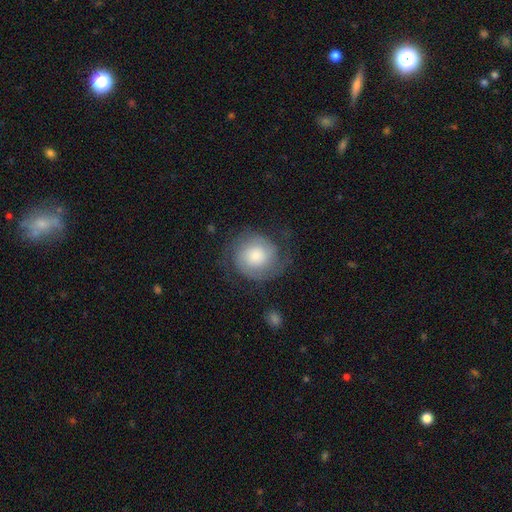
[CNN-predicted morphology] featured or disk 61%, smooth 31%, star or artifact 8%. Down the decision tree: edge-on disk — no (98%); bar — no (77%); spiral arms — yes (92%); spiral arm count — 2 (74%); spiral winding — tight (49%); bulge size — moderate (33%); merging — none (67%).